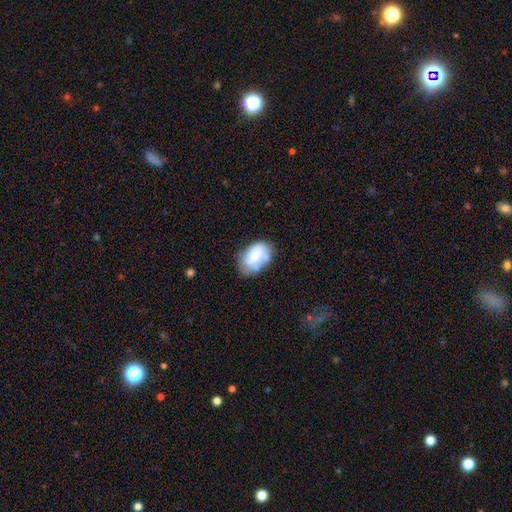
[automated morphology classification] This is likely a smooth galaxy (68%). How rounded: clearly in between (89%). Merging: possibly none (53%).